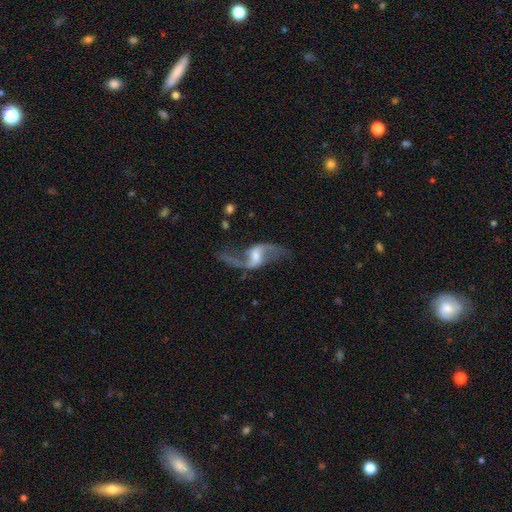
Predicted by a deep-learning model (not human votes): Smooth or featured?
  - featured or disk: 89% *
  - smooth: 6%
  - star or artifact: 5%
Edge-on disk?
  - no: 96% *
  - yes: 4%
Bar?
  - weak: 50% *
  - strong: 31%
  - no: 19%
Spiral arms?
  - yes: 95% *
  - no: 5%
Spiral winding?
  - loose: 87% *
  - medium: 11%
  - tight: 2%
Spiral arm count?
  - 2: 93% *
  - 1: 2%
  - can't tell: 2%
  - 3: 1%
  - 4: 1%
  - more than 4: 1%
Bulge size?
  - moderate: 46% *
  - small: 38%
  - none: 7%
  - large: 7%
  - dominant: 1%
Merging?
  - none: 69% *
  - minor disturbance: 15%
  - major disturbance: 12%
  - merger: 3%